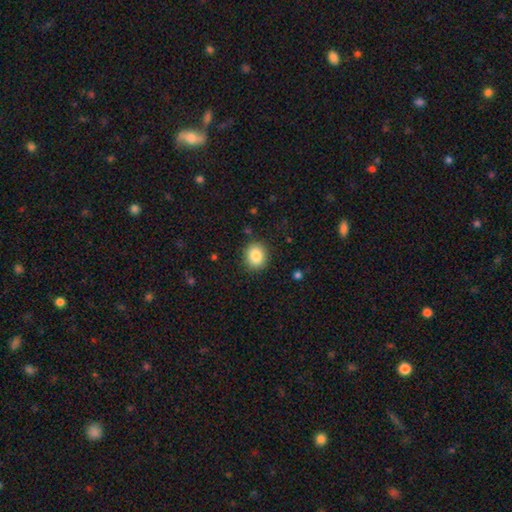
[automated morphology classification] A smooth galaxy with no disk features (85%) that is round (73%).

Vote fractions:
- Smooth or featured? smooth: 85% / star or artifact: 9% / featured or disk: 6%
- How rounded? round: 73% / in between: 26% / cigar-shaped: 1%
- Merging? none: 88% / minor disturbance: 8% / major disturbance: 3% / merger: 1%